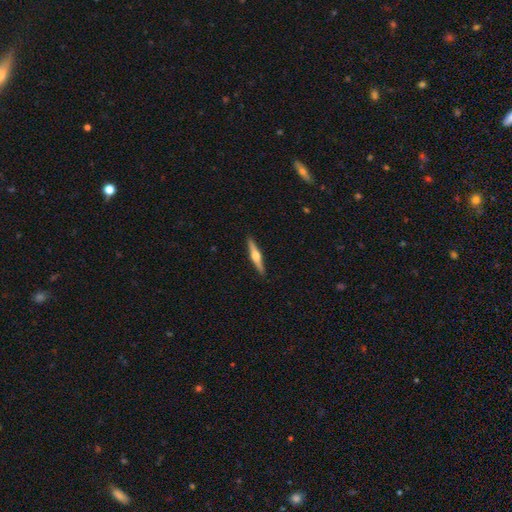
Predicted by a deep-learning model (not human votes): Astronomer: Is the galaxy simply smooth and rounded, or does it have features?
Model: featured or disk — 69%.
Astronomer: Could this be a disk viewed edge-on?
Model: yes — 98%.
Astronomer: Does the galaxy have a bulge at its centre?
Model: rounded — 93%.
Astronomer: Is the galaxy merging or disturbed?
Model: none — 92%.